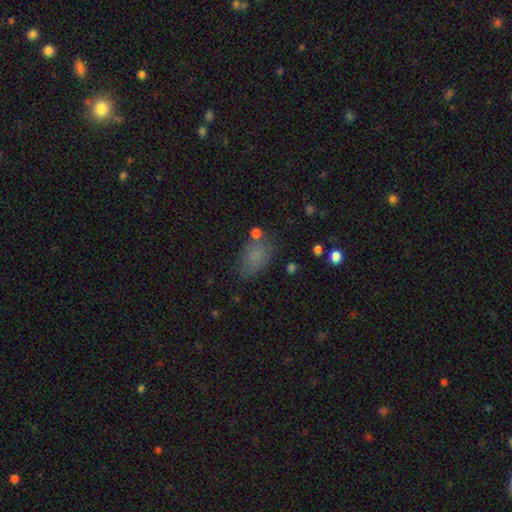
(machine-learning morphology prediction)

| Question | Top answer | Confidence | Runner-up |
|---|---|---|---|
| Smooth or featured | smooth | 78% | star or artifact (14%) |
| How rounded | in between | 85% | round (13%) |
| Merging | none | 68% | minor disturbance (19%) |